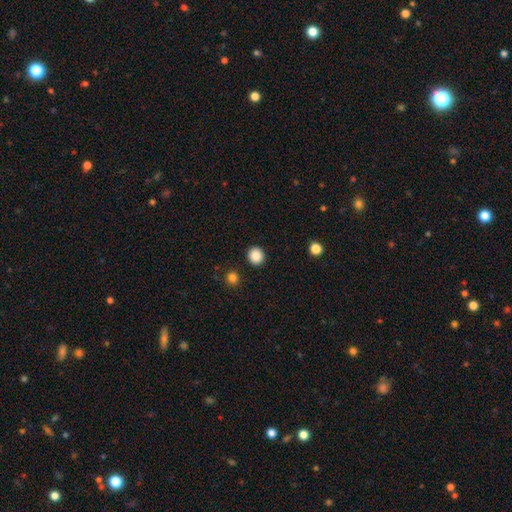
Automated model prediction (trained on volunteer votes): A smooth galaxy with no disk features (87%) that is round (89%).

Vote fractions:
- Smooth or featured? smooth: 87% / star or artifact: 9% / featured or disk: 3%
- How rounded? round: 89% / in between: 10% / cigar-shaped: 1%
- Merging? none: 92% / minor disturbance: 5% / major disturbance: 2% / merger: 2%